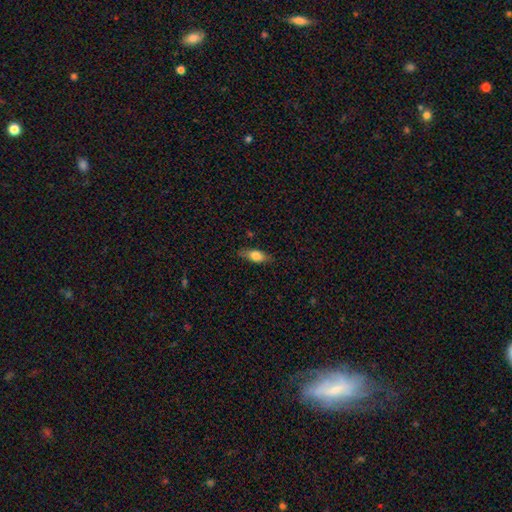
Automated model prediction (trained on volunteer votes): Morphology: type=smooth (72%); roundness=in between (76%); merging=none (80%).